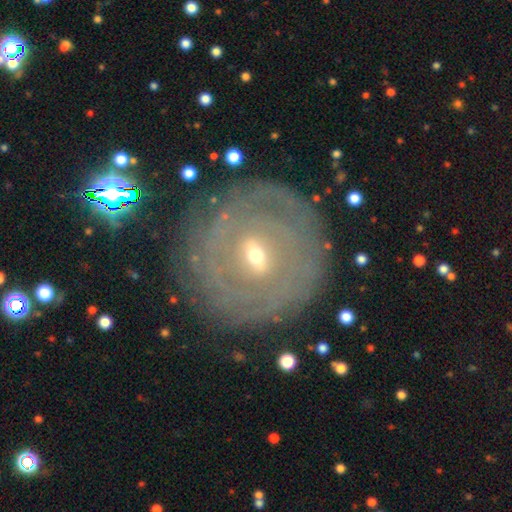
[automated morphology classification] This appears to be a featured or disk galaxy (72%) with a weak bar (52%), spiral arms (64%) and a small central bulge (62%). Merging: none (83%).